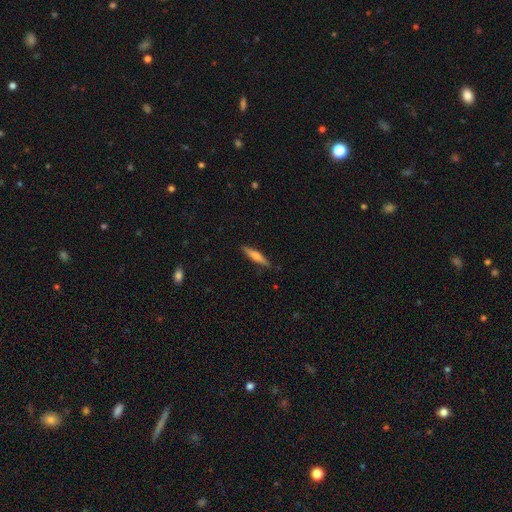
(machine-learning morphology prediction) A featured or disk galaxy (50%) viewed edge-on (96%). Merging: none (89%).